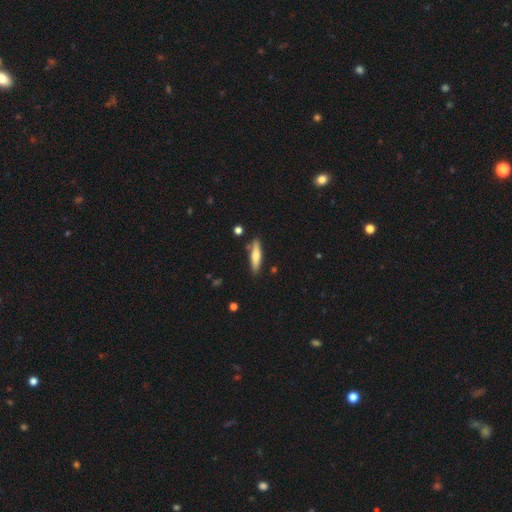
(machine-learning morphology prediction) smooth-or-featured: smooth: 64% | featured or disk: 30% | star or artifact: 6%
  how-rounded: cigar-shaped: 78% | in between: 20% | round: 2%
  merging: none: 83% | minor disturbance: 11% | merger: 4% | major disturbance: 2%